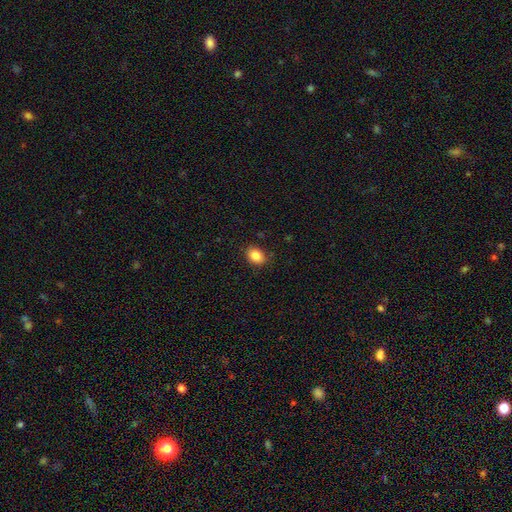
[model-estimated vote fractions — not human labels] Smooth or featured: smooth — 86% (star or artifact — 9%)
How rounded: in between — 67% (round — 32%)
Merging: none — 86% (minor disturbance — 11%)